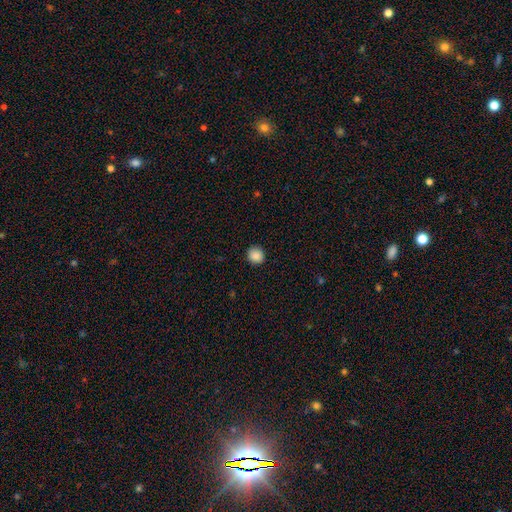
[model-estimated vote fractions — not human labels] This appears to be a smooth galaxy with no disk features (88%) that is round (88%). Merging: none (91%).